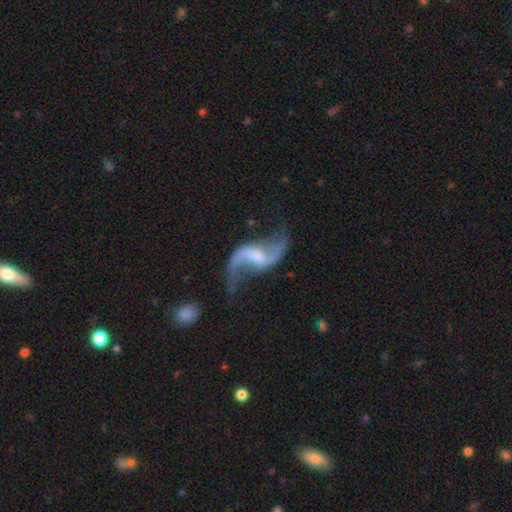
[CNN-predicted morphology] A featured or disk galaxy (90%) with a weak bar (51%), 2 (93%) loose (87%) spiral arms (96%) and a small central bulge (34%, tied with moderate). Merging: none (67%).